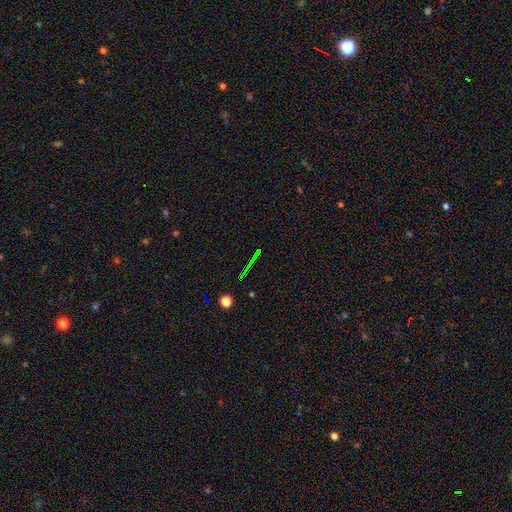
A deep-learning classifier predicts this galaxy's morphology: Smooth or featured? star or artifact (67%)